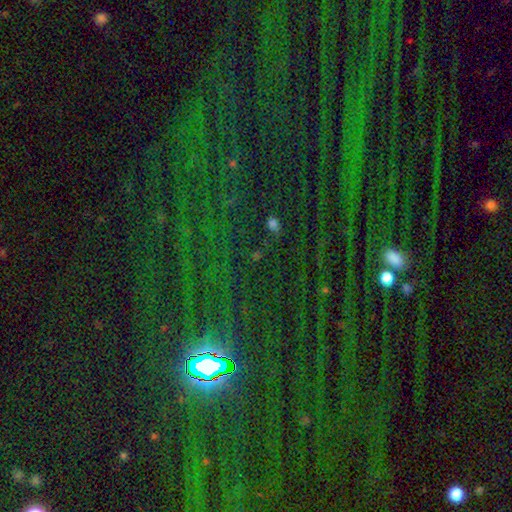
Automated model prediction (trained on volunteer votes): Smooth or featured? Predicted: star or artifact (p=0.70).